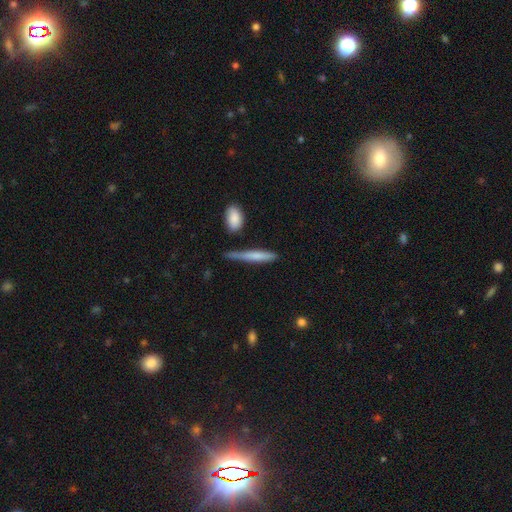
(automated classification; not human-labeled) Overall: smooth (67%). How rounded: cigar-shaped (90%). Merging: none (67%).